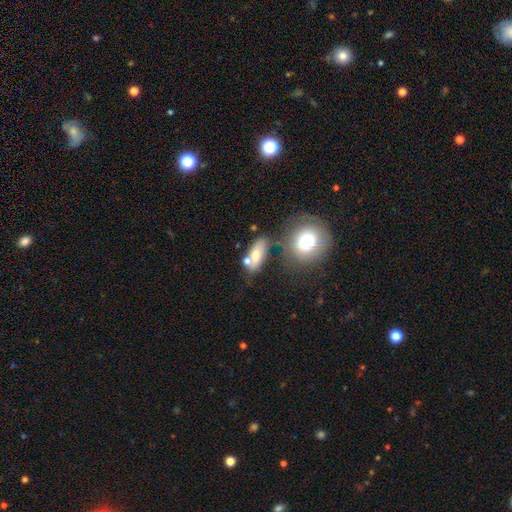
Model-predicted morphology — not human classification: Smooth or featured: smooth — 61% (featured or disk — 27%)
How rounded: in between — 77% (round — 13%)
Merging: none — 47% (merger — 29%)